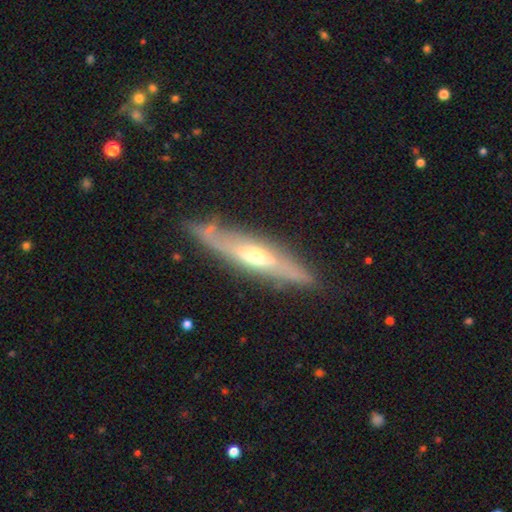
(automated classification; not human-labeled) Morphology: type=featured or disk (74%); edge-on=yes (69%); edge-on bulge=rounded (79%); merging=none (79%).